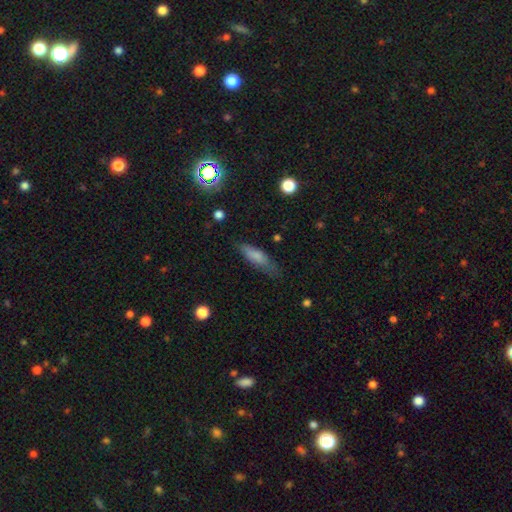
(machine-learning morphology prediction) Overall: smooth (77%). How rounded: cigar-shaped (49%; in between 48%). Merging: none (64%; minor disturbance 26%).